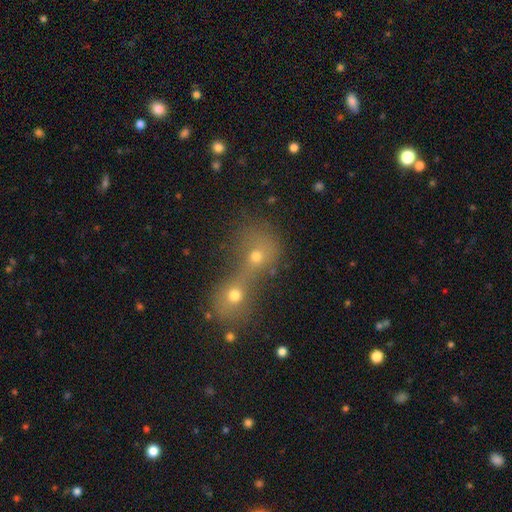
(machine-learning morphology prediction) Smooth or featured: smooth — 63% (star or artifact — 19%)
How rounded: round — 74% (in between — 25%)
Merging: merger — 79% (none — 13%)